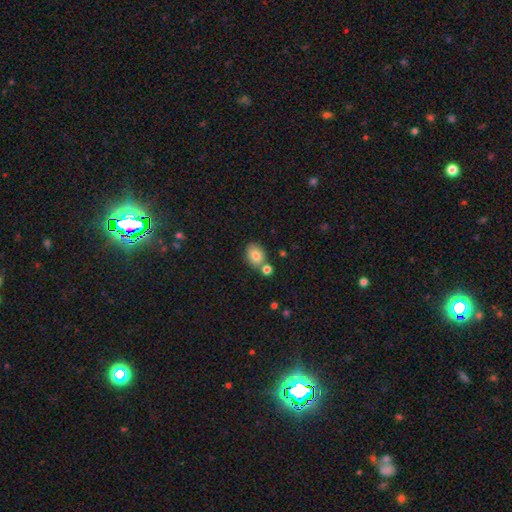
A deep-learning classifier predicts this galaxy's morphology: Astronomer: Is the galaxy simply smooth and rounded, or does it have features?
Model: smooth — 80%.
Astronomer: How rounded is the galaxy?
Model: in between — 60% (runner-up: round, 39%).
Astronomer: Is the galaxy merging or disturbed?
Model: none — 63%.